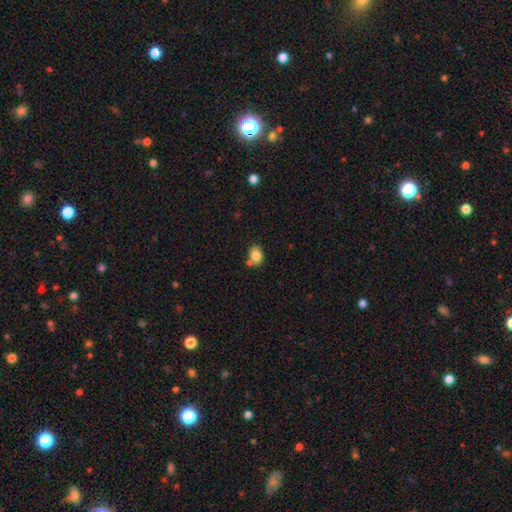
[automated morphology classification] smooth_or_featured: smooth (p=0.81) [alt: featured or disk p=0.10]
how_rounded: in between (p=0.58) [alt: round p=0.41]
merging: none (p=0.63) [alt: merger p=0.19]